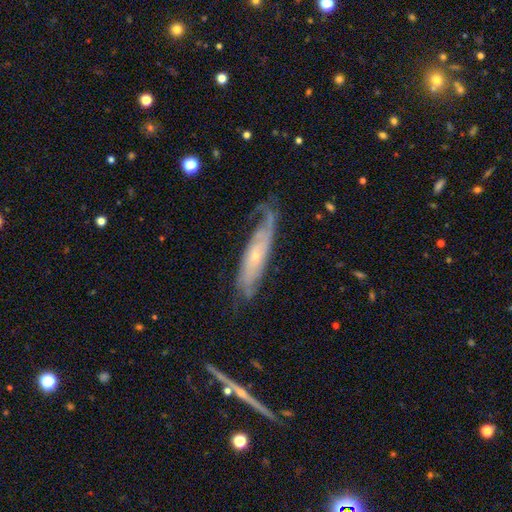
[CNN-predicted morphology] This is likely a featured or disk galaxy (77%). It is likely not viewed edge-on (75%). Bar: likely no (73%). Spiral arm pattern: clearly yes (90%). Spiral arm count: marginally can't tell (43%). Spiral winding: possibly tight (49%). Central bulge: likely small (78%). Merging: possibly none (56%).